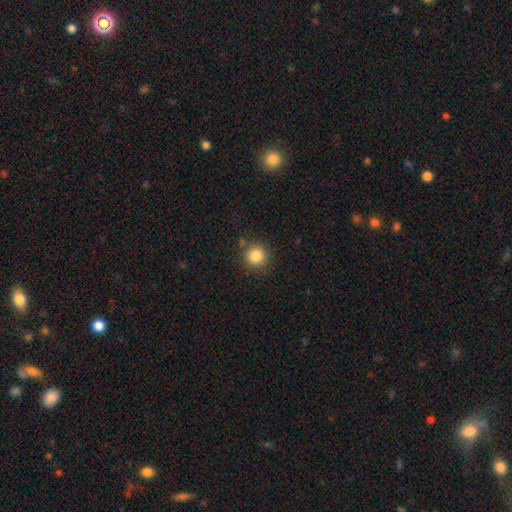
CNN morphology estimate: smooth_or_featured: smooth (p=0.84) [alt: star or artifact p=0.11]
how_rounded: round (p=0.93) [alt: in between p=0.06]
merging: none (p=0.85) [alt: minor disturbance p=0.09]